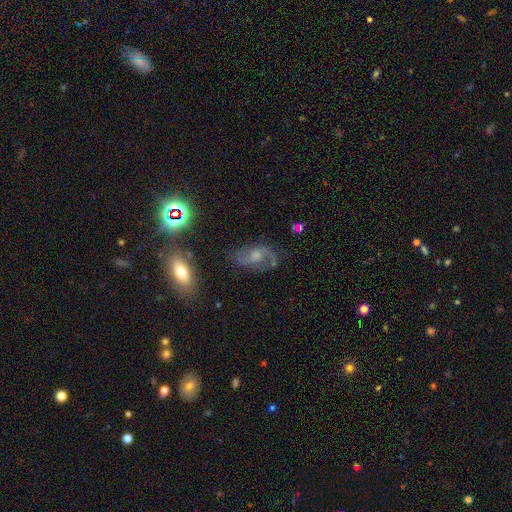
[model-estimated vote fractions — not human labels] Smooth or featured?
  - featured or disk: 69% *
  - smooth: 18%
  - star or artifact: 13%
Edge-on disk?
  - no: 95% *
  - yes: 5%
Bar?
  - no: 51% *
  - weak: 40%
  - strong: 9%
Spiral arms?
  - yes: 90% *
  - no: 10%
Spiral winding?
  - loose: 48% *
  - medium: 40%
  - tight: 11%
Spiral arm count?
  - 2: 85% *
  - can't tell: 7%
  - 1: 4%
  - 3: 2%
  - 4: 1%
  - more than 4: 1%
Bulge size?
  - moderate: 45% *
  - small: 33%
  - none: 12%
  - large: 8%
  - dominant: 2%
Merging?
  - none: 65% *
  - minor disturbance: 20%
  - major disturbance: 12%
  - merger: 3%